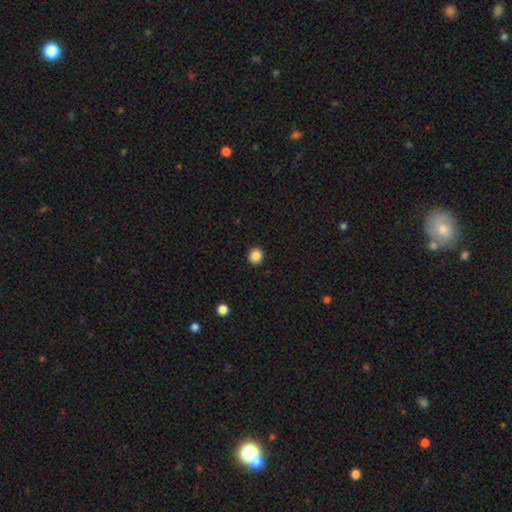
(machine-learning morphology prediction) smooth 86%, star or artifact 10%, featured or disk 3%. Down the decision tree: how rounded — round (86%); merging — none (93%).